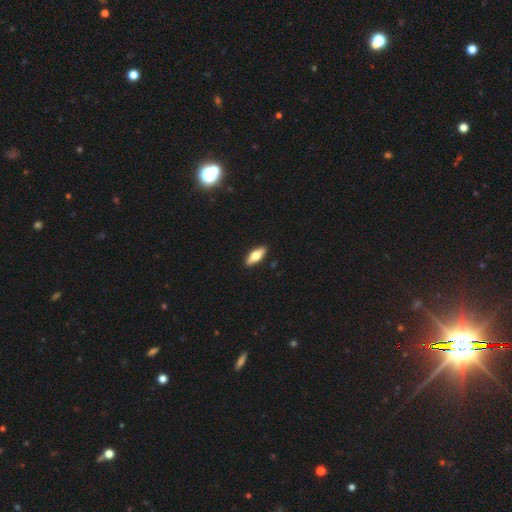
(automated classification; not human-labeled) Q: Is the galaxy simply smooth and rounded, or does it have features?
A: smooth — 62%.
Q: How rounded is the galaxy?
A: in between — 67%.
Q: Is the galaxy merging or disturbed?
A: none — 91%.